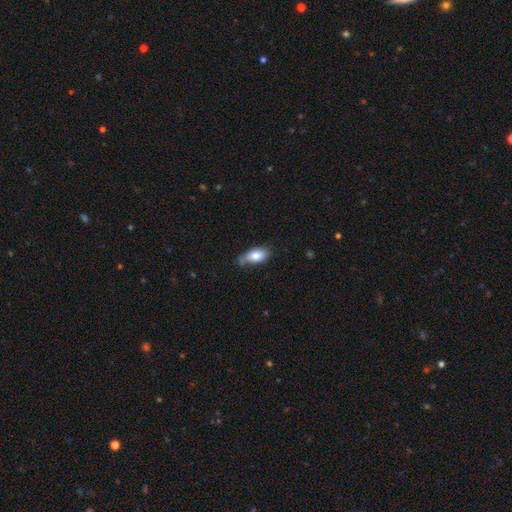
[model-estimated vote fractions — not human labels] This is likely a smooth galaxy (79%). How rounded: clearly in between (89%). Merging: possibly none (55%).